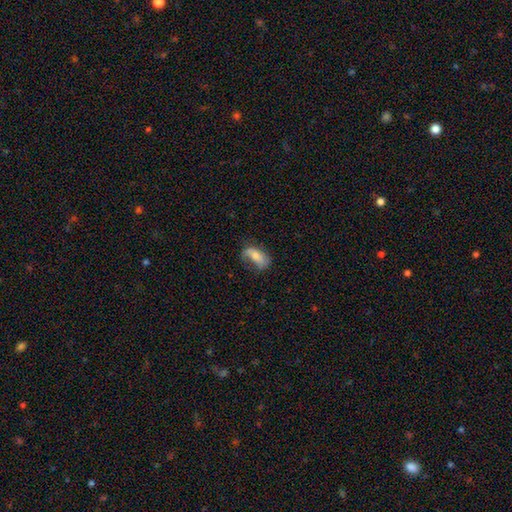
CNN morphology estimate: A smooth galaxy with no disk features (50%). Merging: none (54%).